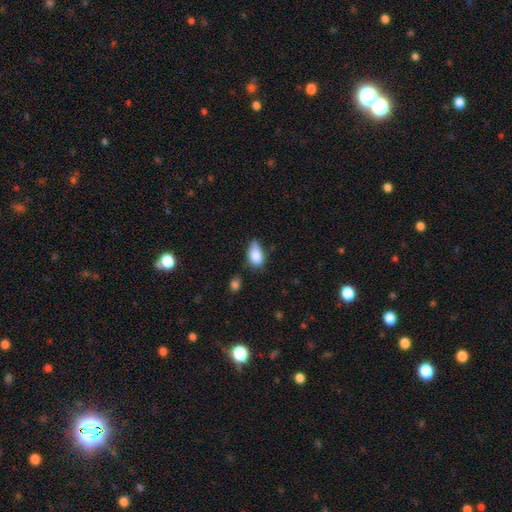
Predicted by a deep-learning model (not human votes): smooth-or-featured: smooth: 82% | featured or disk: 10% | star or artifact: 8%
  how-rounded: in between: 88% | round: 10% | cigar-shaped: 2%
  merging: minor disturbance: 44% | none: 40% | major disturbance: 11% | merger: 5%